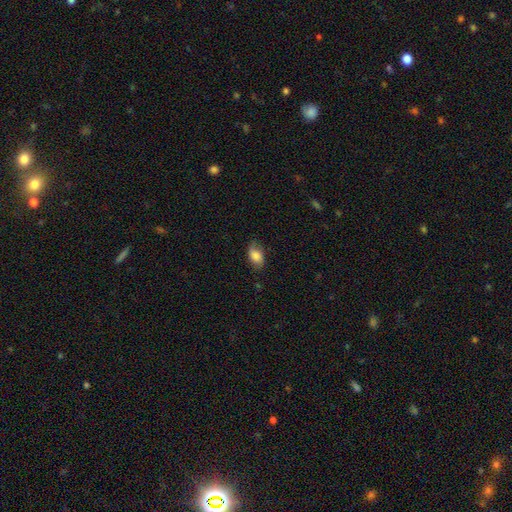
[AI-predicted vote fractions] Smooth or featured? smooth (80%)
How rounded? in between (90%)
Merging? none (71%)